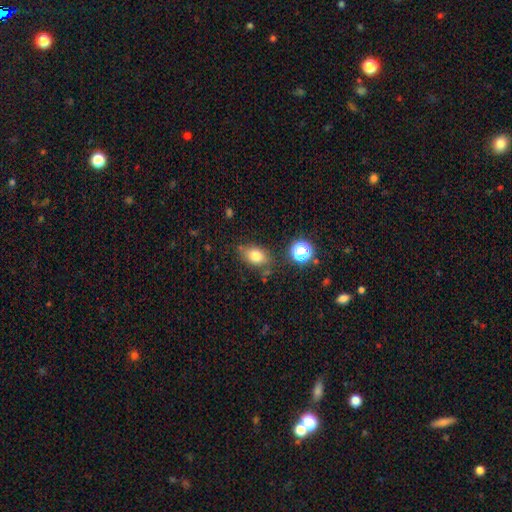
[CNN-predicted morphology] Smooth or featured: smooth — 78% (star or artifact — 11%)
How rounded: in between — 75% (round — 22%)
Merging: none — 71% (minor disturbance — 19%)